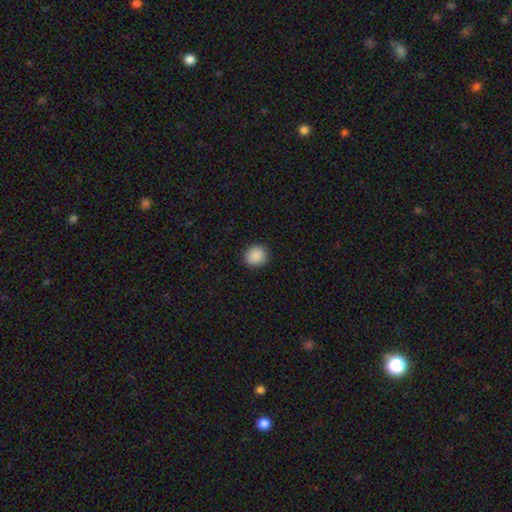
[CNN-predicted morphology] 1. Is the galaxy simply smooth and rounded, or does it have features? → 89% smooth, 8% star or artifact, 2% featured or disk.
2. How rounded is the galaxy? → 88% round, 11% in between, 1% cigar-shaped.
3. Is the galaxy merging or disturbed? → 90% none, 7% minor disturbance, 2% major disturbance, 1% merger.